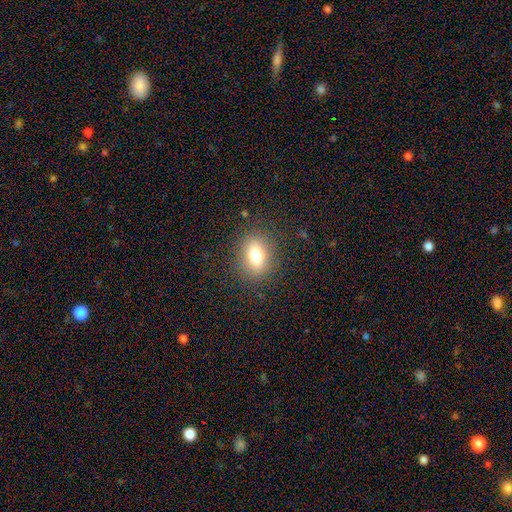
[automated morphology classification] Q: Smooth or featured?
A: smooth (75%); runner-up: featured or disk (13%)
Q: How rounded?
A: in between (56%); runner-up: round (42%)
Q: Merging?
A: none (85%); runner-up: minor disturbance (9%)